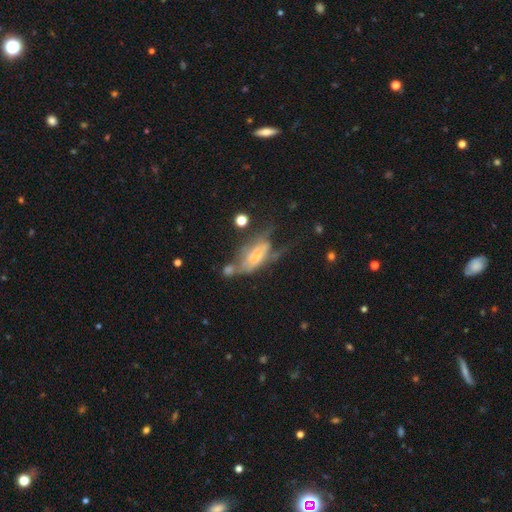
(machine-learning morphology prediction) Q: Smooth or featured?
A: featured or disk (55%); runner-up: smooth (34%)
Q: Edge-on disk?
A: no (72%); runner-up: yes (28%)
Q: Merging?
A: major disturbance (37%); runner-up: none (22%)